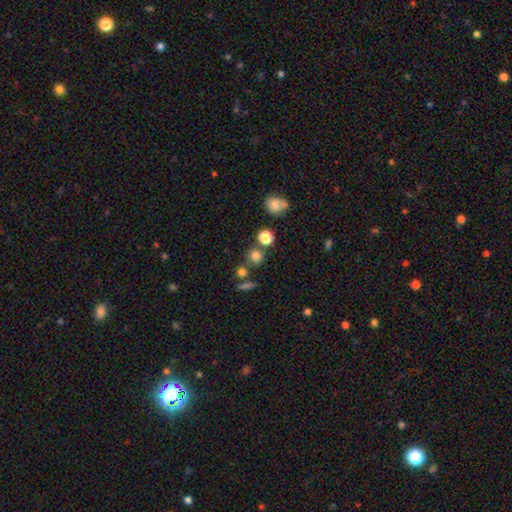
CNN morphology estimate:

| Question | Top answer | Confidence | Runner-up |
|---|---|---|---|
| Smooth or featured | smooth | 77% | star or artifact (16%) |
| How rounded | round | 90% | in between (9%) |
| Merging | none | 72% | merger (16%) |